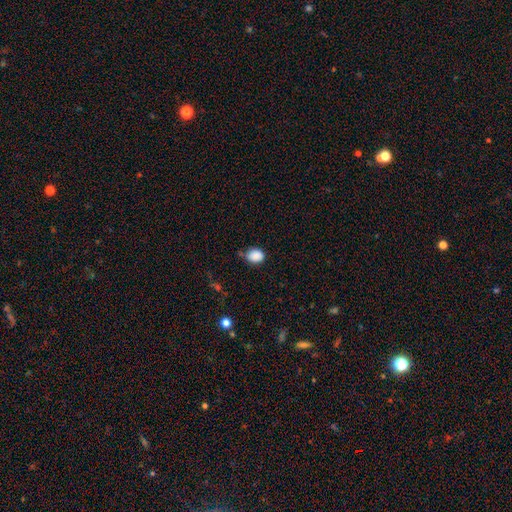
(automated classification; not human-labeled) A smooth galaxy with no disk features (88%) that is round (50%). Merging: none (67%).